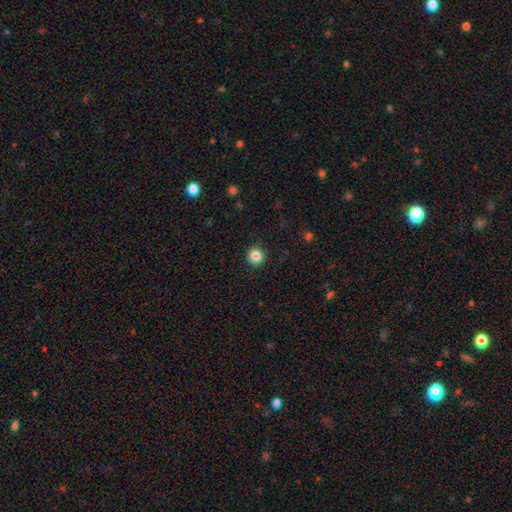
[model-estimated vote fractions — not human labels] Smooth or featured: smooth — 85% (star or artifact — 11%)
How rounded: round — 94% (in between — 5%)
Merging: none — 92% (minor disturbance — 5%)